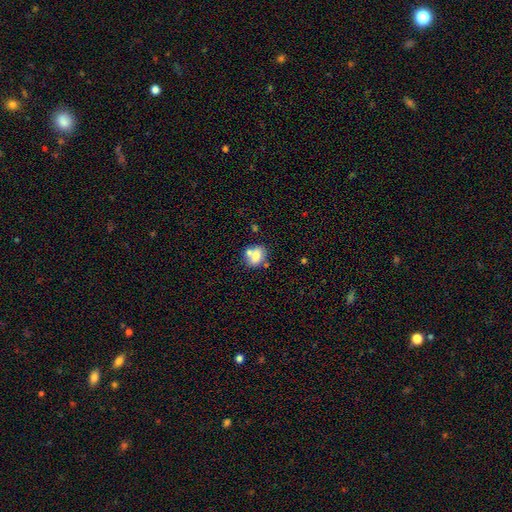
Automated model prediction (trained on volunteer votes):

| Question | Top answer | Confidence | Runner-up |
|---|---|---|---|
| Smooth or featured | smooth | 70% | featured or disk (20%) |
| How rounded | in between | 55% | round (43%) |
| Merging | none | 52% | merger (29%) |